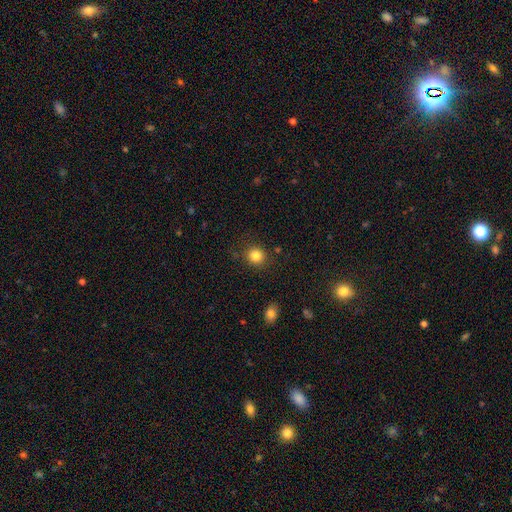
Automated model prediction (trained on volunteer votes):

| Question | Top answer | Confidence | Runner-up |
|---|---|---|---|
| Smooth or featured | smooth | 83% | star or artifact (12%) |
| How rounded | round | 87% | in between (13%) |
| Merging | none | 87% | minor disturbance (8%) |